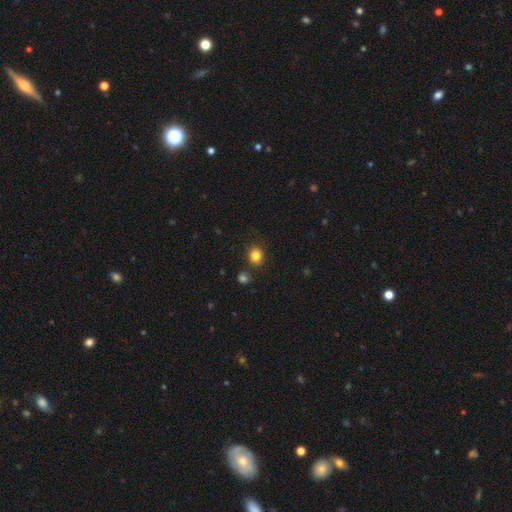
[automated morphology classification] Smooth or featured: smooth — 83% (star or artifact — 12%)
How rounded: round — 73% (in between — 27%)
Merging: none — 84% (minor disturbance — 9%)